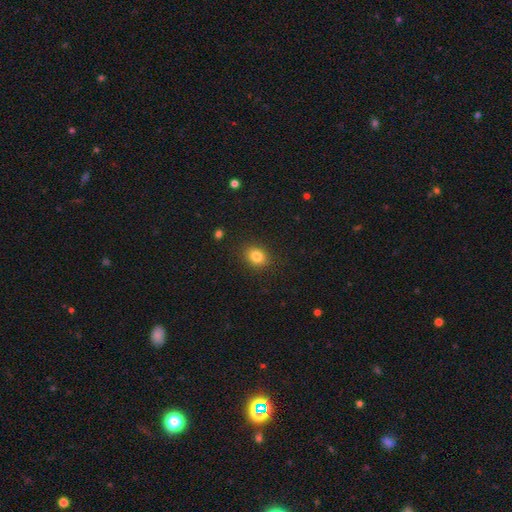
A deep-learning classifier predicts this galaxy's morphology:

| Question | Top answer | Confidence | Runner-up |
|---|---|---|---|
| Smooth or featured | smooth | 83% | star or artifact (11%) |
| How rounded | in between | 50% | round (49%) |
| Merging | none | 88% | minor disturbance (8%) |